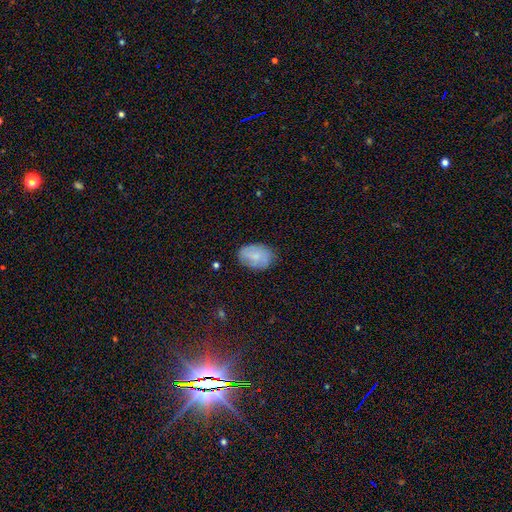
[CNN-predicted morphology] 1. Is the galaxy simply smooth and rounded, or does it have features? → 66% smooth, 25% featured or disk, 8% star or artifact.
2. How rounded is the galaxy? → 84% in between, 15% round, 1% cigar-shaped.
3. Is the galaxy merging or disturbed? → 76% none, 19% minor disturbance, 4% major disturbance, 1% merger.